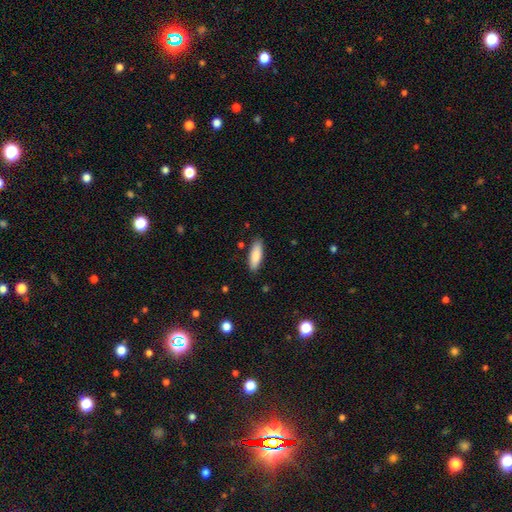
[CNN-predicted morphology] smooth-or-featured: smooth: 86% | featured or disk: 9% | star or artifact: 6%
  how-rounded: in between: 56% | cigar-shaped: 43% | round: 2%
  merging: none: 86% | minor disturbance: 10% | major disturbance: 2% | merger: 2%